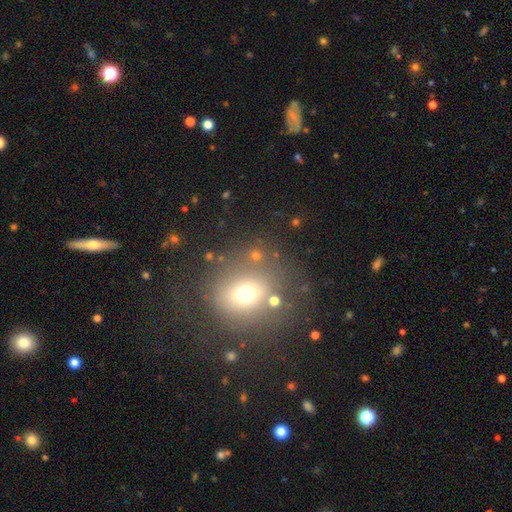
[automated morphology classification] Smooth or featured? smooth (63%)
How rounded? round (76%)
Merging? none (74%)